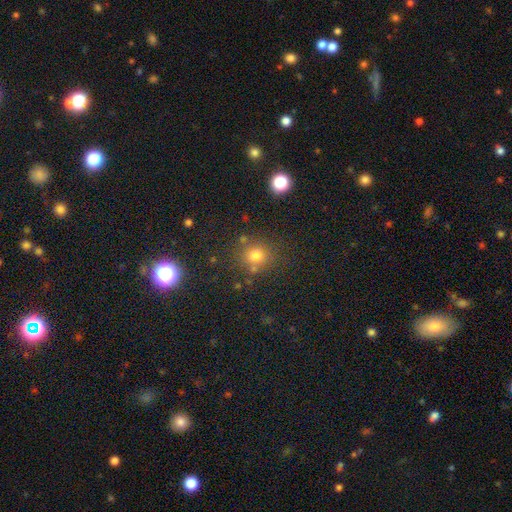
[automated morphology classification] The model was most divided on "smooth or featured": smooth: 74%, star or artifact: 19%, featured or disk: 8%. More confident: how rounded — round (86%); merging — none (74%).